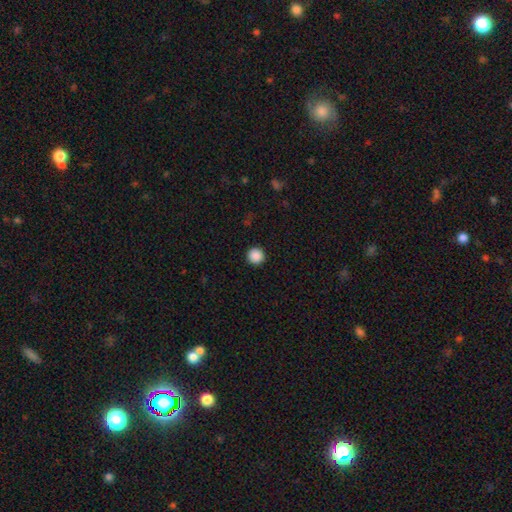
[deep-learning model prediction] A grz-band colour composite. It shows a smooth galaxy with no disk features (88%) that is round (96%). Merging: none (93%).